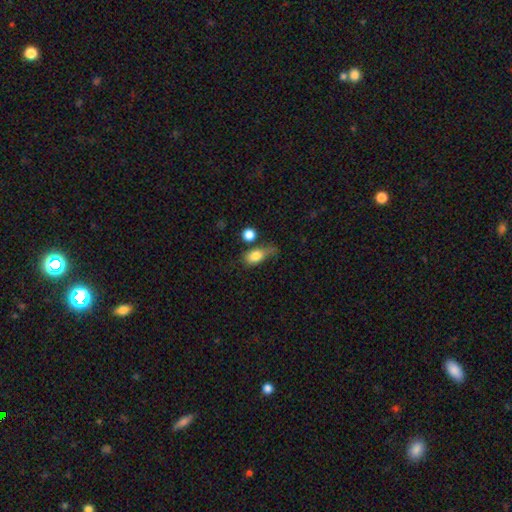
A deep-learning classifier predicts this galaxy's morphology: Smooth or featured: smooth — 80% (featured or disk — 11%)
How rounded: in between — 74% (round — 19%)
Merging: none — 36% (minor disturbance — 29%)